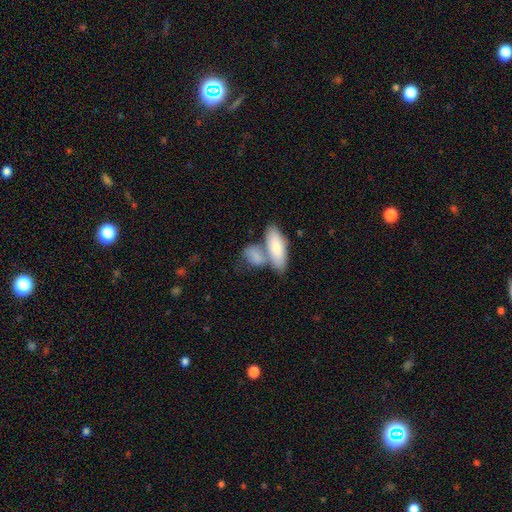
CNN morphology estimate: This is likely a smooth galaxy (76%). How rounded: likely in between (77%). Merging: possibly merger (50%).